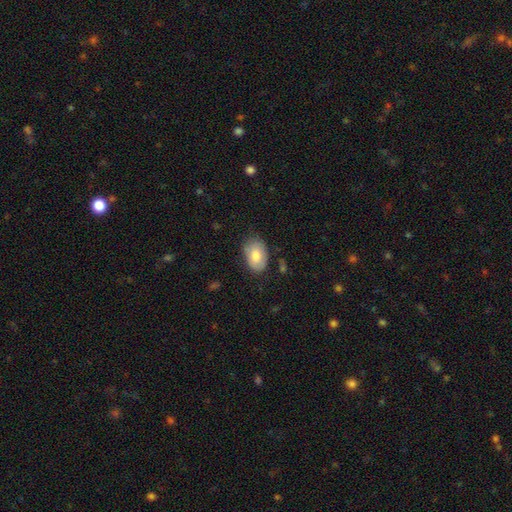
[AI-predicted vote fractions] smooth 79%, featured or disk 14%, star or artifact 7%. Down the decision tree: how rounded — in between (86%); merging — none (74%).